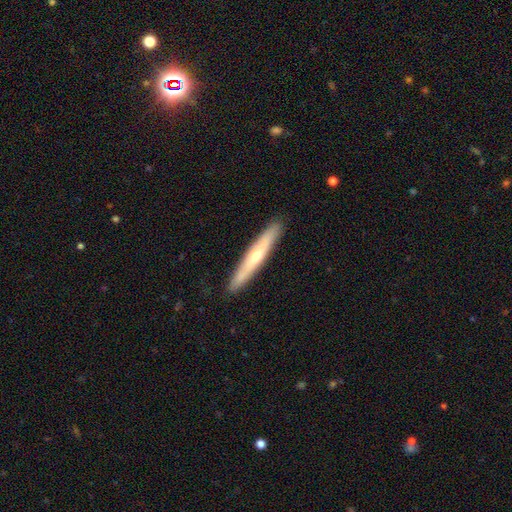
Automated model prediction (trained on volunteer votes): smooth-or-featured: featured or disk: 49% | smooth: 45% | star or artifact: 6%
  merging: none: 91% | minor disturbance: 7% | major disturbance: 1% | merger: 1%